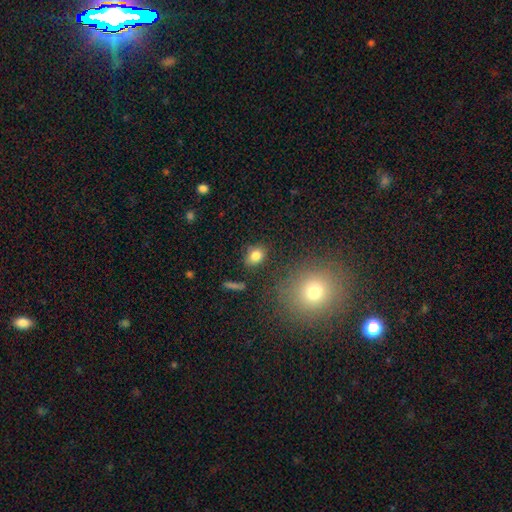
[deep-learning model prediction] smooth-or-featured: smooth: 82% | star or artifact: 11% | featured or disk: 8%
  how-rounded: in between: 63% | round: 35% | cigar-shaped: 2%
  merging: none: 81% | minor disturbance: 12% | major disturbance: 3% | merger: 3%